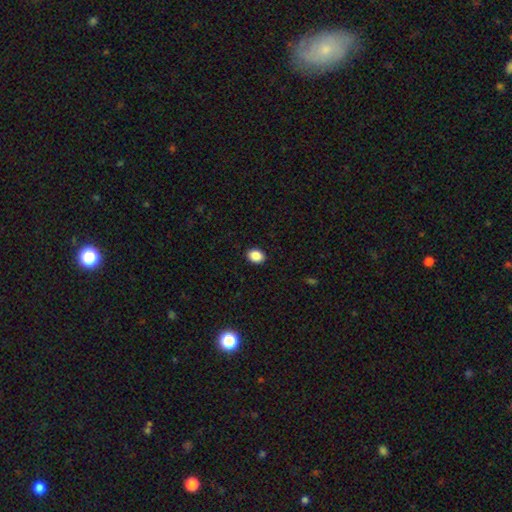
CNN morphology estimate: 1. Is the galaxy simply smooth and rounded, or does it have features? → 89% smooth, 9% star or artifact, 3% featured or disk.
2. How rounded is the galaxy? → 59% in between, 40% round, 1% cigar-shaped.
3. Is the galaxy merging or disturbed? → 91% none, 6% minor disturbance, 2% major disturbance, 1% merger.